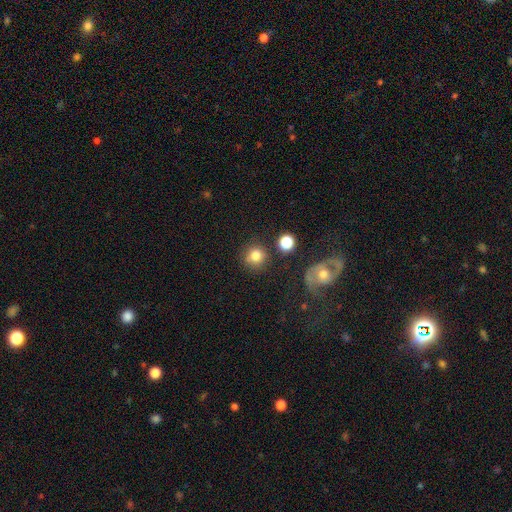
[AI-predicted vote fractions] smooth-or-featured: smooth: 79% | star or artifact: 13% | featured or disk: 8%
  how-rounded: round: 90% | in between: 9% | cigar-shaped: 1%
  merging: none: 78% | minor disturbance: 12% | merger: 6% | major disturbance: 4%